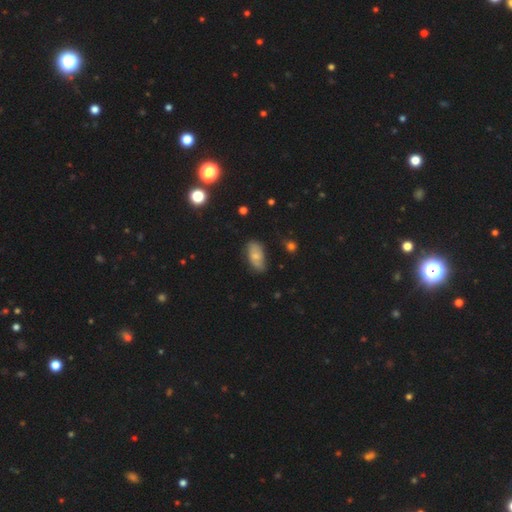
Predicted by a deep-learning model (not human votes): smooth 65%, featured or disk 26%, star or artifact 8%. Down the decision tree: how rounded — in between (91%); merging — none (63%).